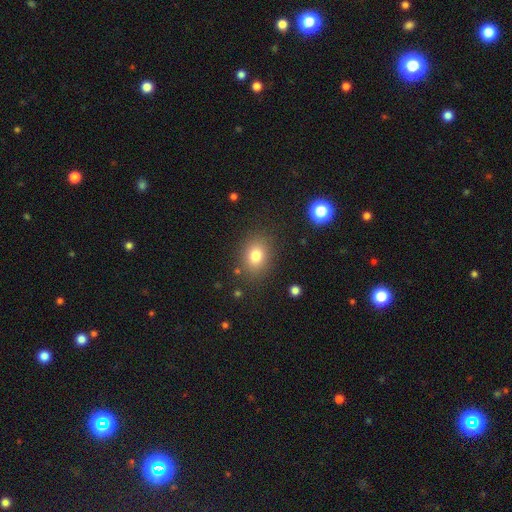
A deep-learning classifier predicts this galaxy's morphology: Smooth or featured? Predicted: smooth (p=0.79). How rounded? Predicted: in between (p=0.53). Merging? Predicted: none (p=0.84).